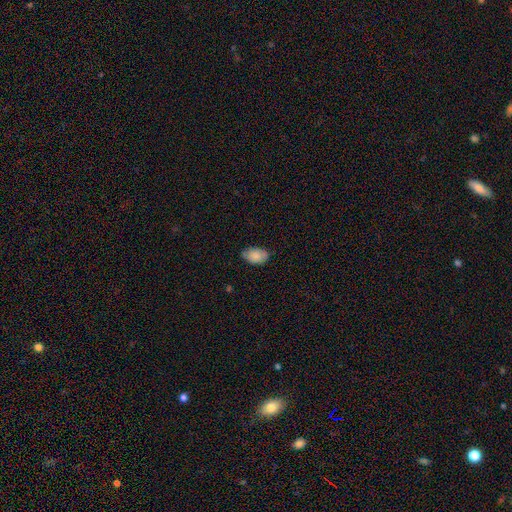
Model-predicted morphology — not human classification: Smooth or featured? smooth (85%)
How rounded? in between (90%)
Merging? none (72%)